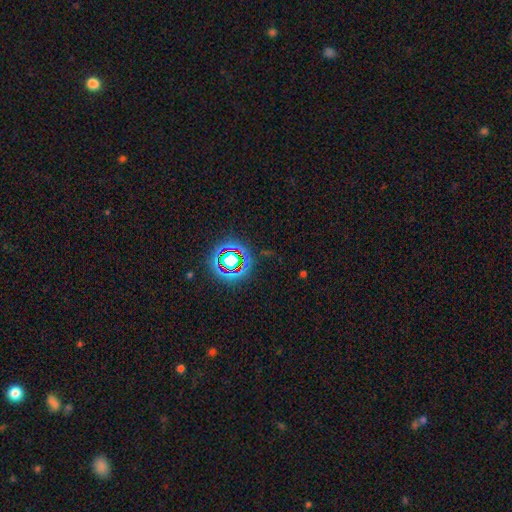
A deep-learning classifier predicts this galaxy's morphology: Smooth or featured?
  - star or artifact: 75% *
  - smooth: 13%
  - featured or disk: 11%